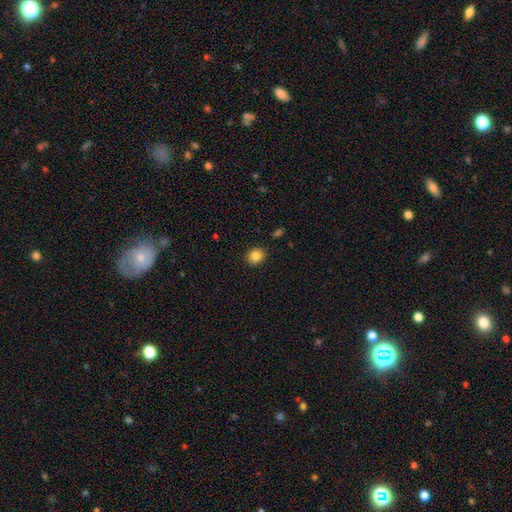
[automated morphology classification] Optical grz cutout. It shows a smooth galaxy with no disk features (85%) that is round (68%). Merging: none (90%).